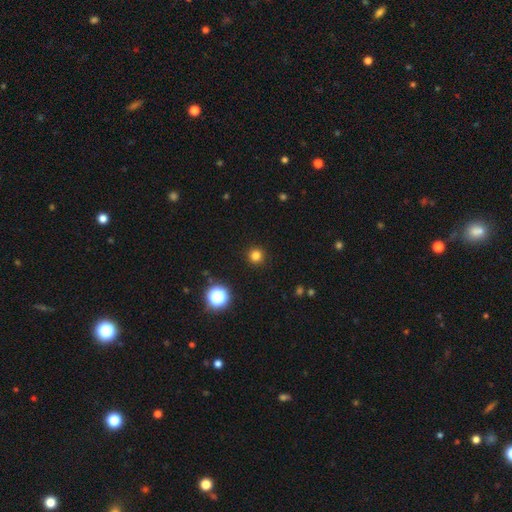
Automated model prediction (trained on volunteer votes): The model was most divided on "smooth or featured": smooth: 81%, star or artifact: 15%, featured or disk: 4%. More confident: how rounded — round (95%); merging — none (93%).